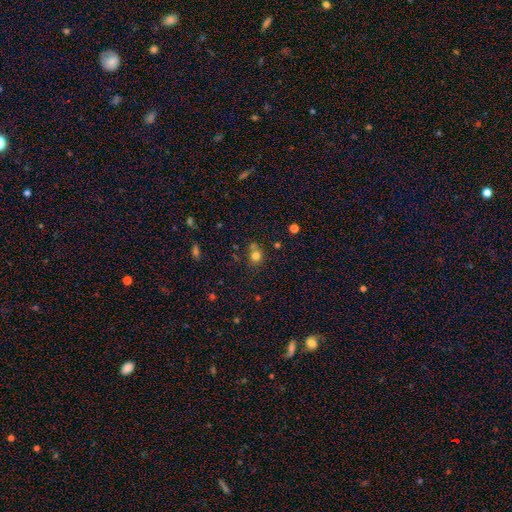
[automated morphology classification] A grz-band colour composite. It shows a smooth galaxy with no disk features (76%) that is round (80%). Merging: none (60%).